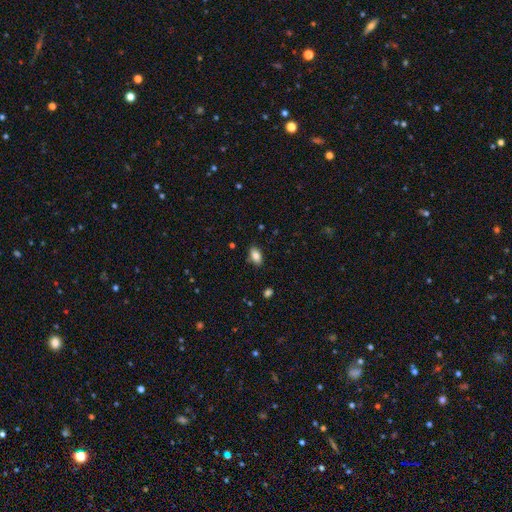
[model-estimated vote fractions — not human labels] Smooth or featured: smooth — 84% (star or artifact — 9%)
How rounded: in between — 90% (round — 7%)
Merging: none — 85% (minor disturbance — 11%)